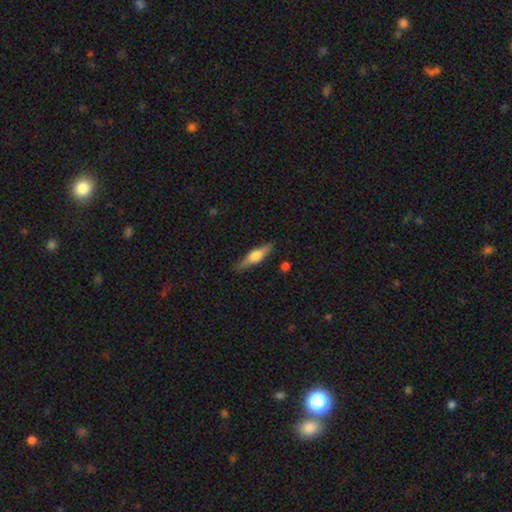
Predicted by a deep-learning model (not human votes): featured or disk 58%, smooth 37%, star or artifact 6%. Down the decision tree: edge-on disk — yes (95%); edge-on bulge — rounded (91%); merging — none (85%).